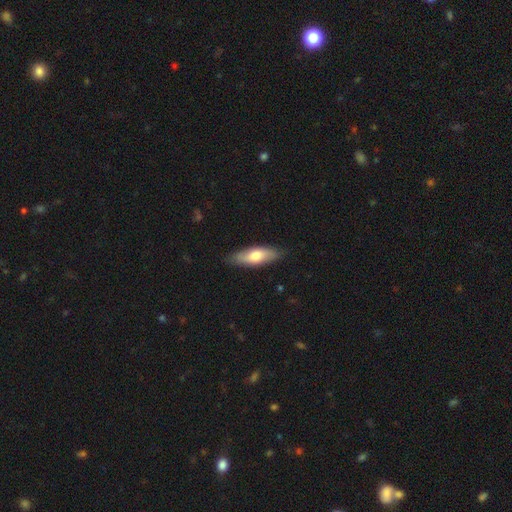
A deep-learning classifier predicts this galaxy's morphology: Smooth or featured? Predicted: smooth (p=0.67). How rounded? Predicted: in between (p=0.62). Merging? Predicted: none (p=0.83).